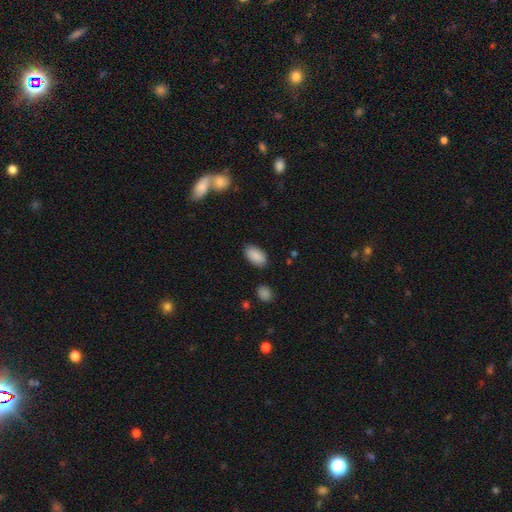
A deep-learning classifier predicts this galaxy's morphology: smooth 90%, star or artifact 7%, featured or disk 4%. Down the decision tree: how rounded — in between (94%); merging — none (85%).